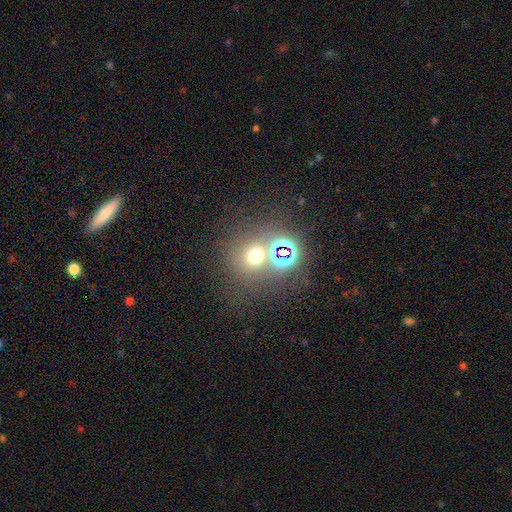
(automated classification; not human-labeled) Smooth or featured?
  - smooth: 55% *
  - star or artifact: 35%
  - featured or disk: 10%
How rounded?
  - round: 84% *
  - in between: 15%
  - cigar-shaped: 1%
Merging?
  - none: 63% *
  - merger: 23%
  - minor disturbance: 9%
  - major disturbance: 6%